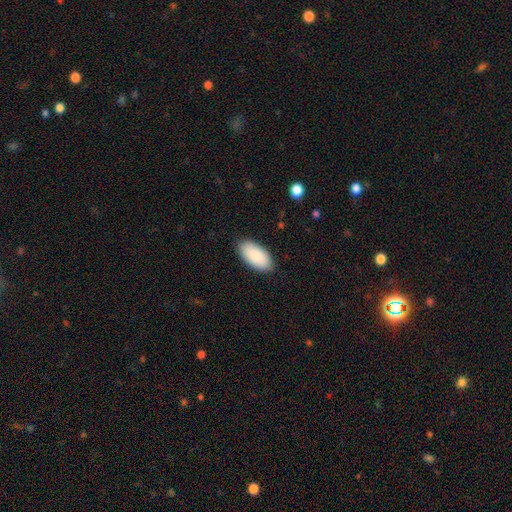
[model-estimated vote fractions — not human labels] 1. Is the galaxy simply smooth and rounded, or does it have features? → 90% smooth, 5% star or artifact, 4% featured or disk.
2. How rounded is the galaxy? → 95% in between, 3% cigar-shaped, 2% round.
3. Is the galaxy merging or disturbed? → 88% none, 9% minor disturbance, 2% major disturbance, 1% merger.